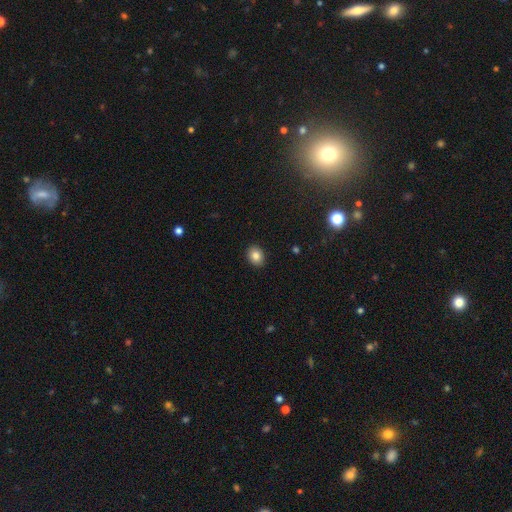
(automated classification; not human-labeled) Smooth or featured?
  - smooth: 85% *
  - star or artifact: 9%
  - featured or disk: 6%
How rounded?
  - round: 50% *
  - in between: 49%
  - cigar-shaped: 1%
Merging?
  - none: 90% *
  - minor disturbance: 7%
  - major disturbance: 2%
  - merger: 1%